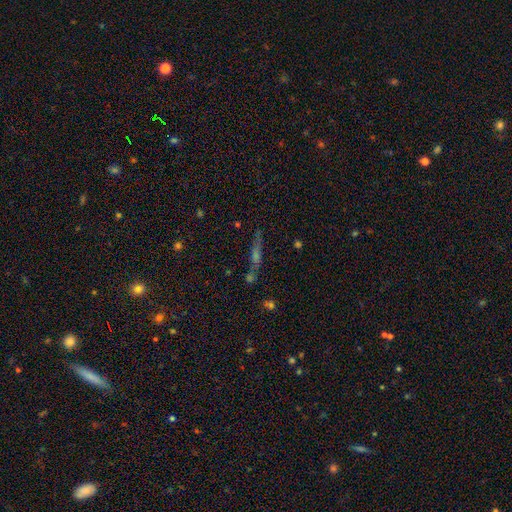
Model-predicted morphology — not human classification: type=featured or disk (49%); merging=none (73%).